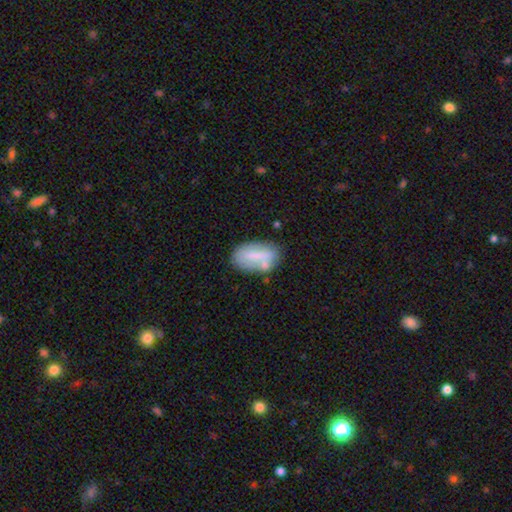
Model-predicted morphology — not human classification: This is likely a smooth galaxy (64%). How rounded: clearly in between (88%). Merging: likely none (62%).